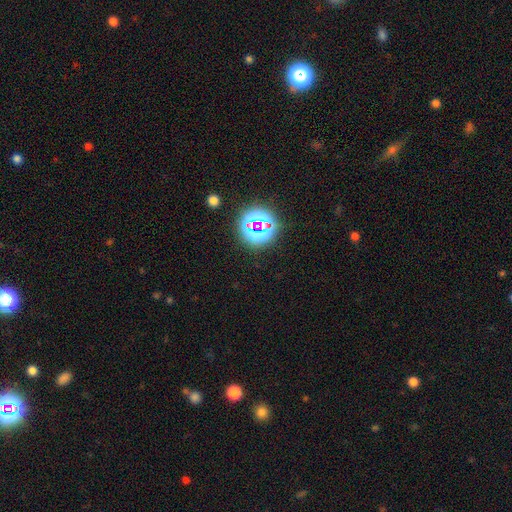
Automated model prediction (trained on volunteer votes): A star or artifact, not a galaxy (74%).

Vote fractions:
- Smooth or featured? star or artifact: 74% / smooth: 18% / featured or disk: 8%